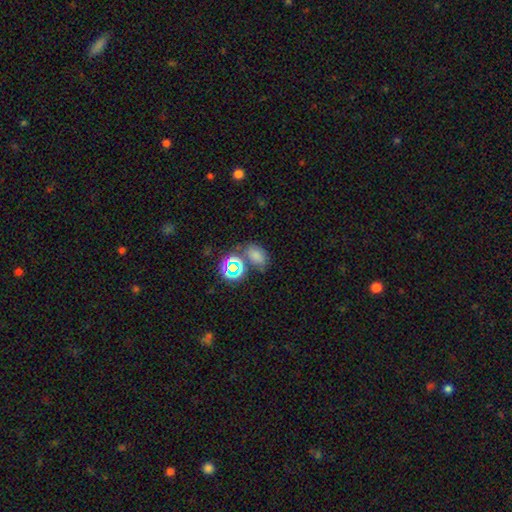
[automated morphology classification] smooth-or-featured: smooth: 68% | star or artifact: 24% | featured or disk: 9%
  how-rounded: in between: 77% | round: 21% | cigar-shaped: 2%
  merging: none: 61% | minor disturbance: 17% | merger: 16% | major disturbance: 6%